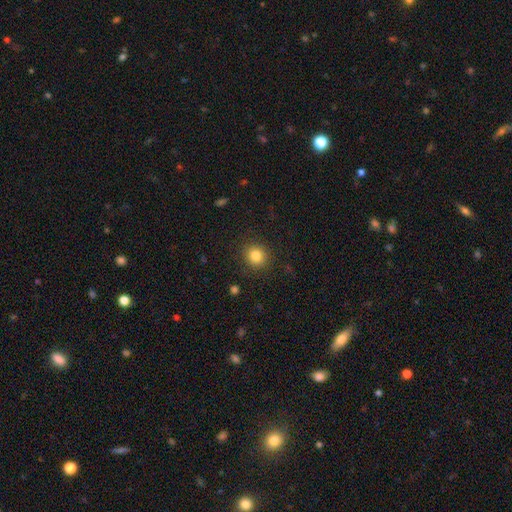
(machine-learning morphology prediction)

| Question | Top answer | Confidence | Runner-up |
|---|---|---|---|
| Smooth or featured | smooth | 83% | star or artifact (11%) |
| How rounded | round | 87% | in between (12%) |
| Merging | none | 89% | minor disturbance (7%) |